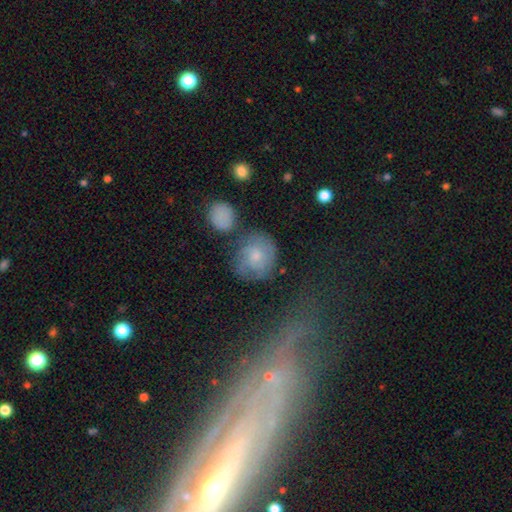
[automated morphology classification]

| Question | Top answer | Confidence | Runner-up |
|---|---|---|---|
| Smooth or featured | smooth | 50% | featured or disk (39%) |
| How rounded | round | 74% | in between (25%) |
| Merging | none | 56% | minor disturbance (22%) |